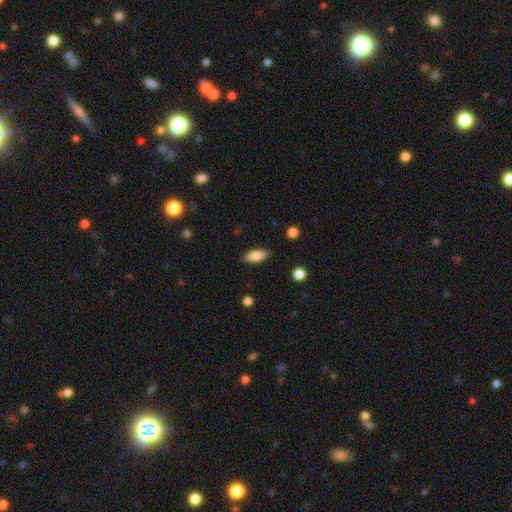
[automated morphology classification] type=smooth (75%); roundness=in between (72%); merging=none (86%).